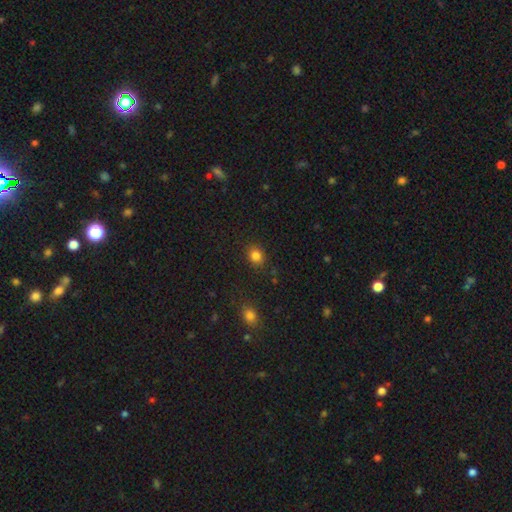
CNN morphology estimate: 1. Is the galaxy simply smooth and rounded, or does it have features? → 83% smooth, 12% star or artifact, 5% featured or disk.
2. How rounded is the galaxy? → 69% round, 30% in between, 1% cigar-shaped.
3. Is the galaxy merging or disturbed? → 87% none, 9% minor disturbance, 2% major disturbance, 2% merger.